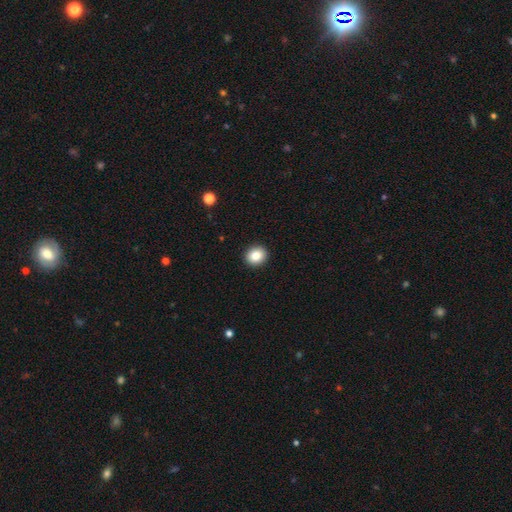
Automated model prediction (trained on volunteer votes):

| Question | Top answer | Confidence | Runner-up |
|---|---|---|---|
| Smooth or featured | smooth | 85% | star or artifact (9%) |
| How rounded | round | 73% | in between (26%) |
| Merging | none | 92% | minor disturbance (5%) |